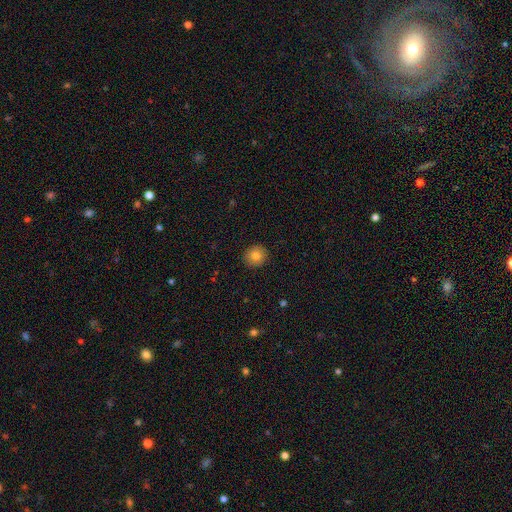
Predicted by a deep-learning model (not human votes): Overall: smooth (81%). How rounded: round (90%). Merging: none (92%).